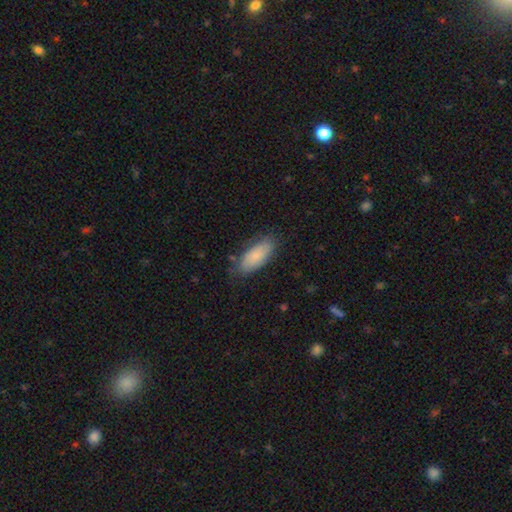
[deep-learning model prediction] Smooth or featured? Predicted: smooth (p=0.83). How rounded? Predicted: in between (p=0.82). Merging? Predicted: none (p=0.76).